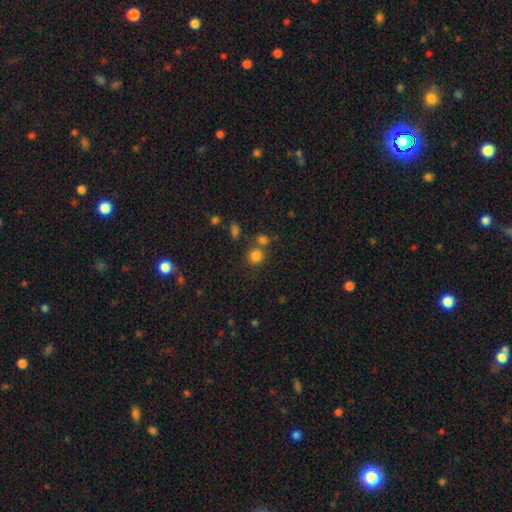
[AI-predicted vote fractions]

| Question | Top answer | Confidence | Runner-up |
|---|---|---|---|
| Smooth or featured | smooth | 81% | star or artifact (14%) |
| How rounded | round | 86% | in between (13%) |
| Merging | none | 64% | merger (22%) |